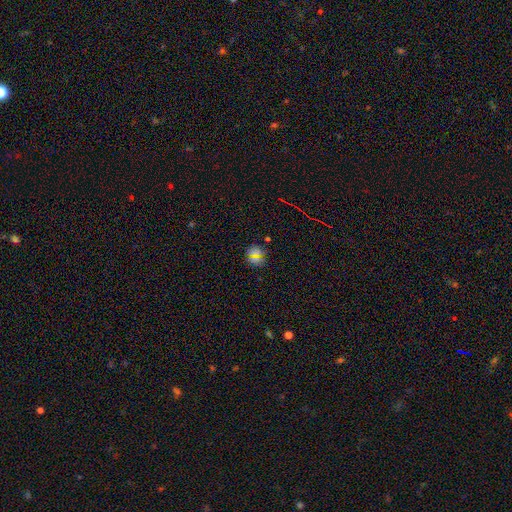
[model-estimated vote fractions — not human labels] A smooth galaxy with no disk features (61%) that is round (83%). Merging: none (85%).